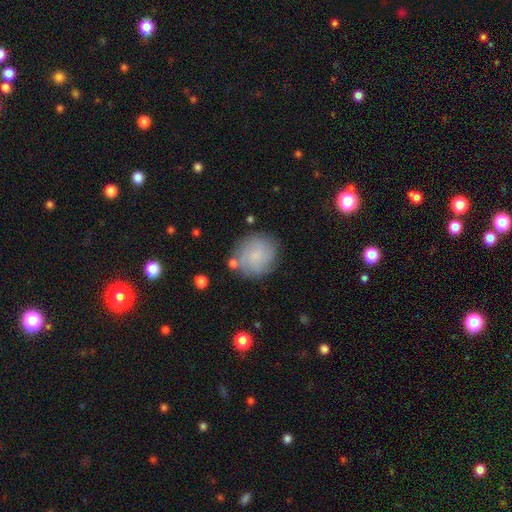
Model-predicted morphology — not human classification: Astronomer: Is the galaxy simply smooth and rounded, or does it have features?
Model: smooth — 61%.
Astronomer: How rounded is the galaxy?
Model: round — 81%.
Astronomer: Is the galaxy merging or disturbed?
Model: none — 73%.